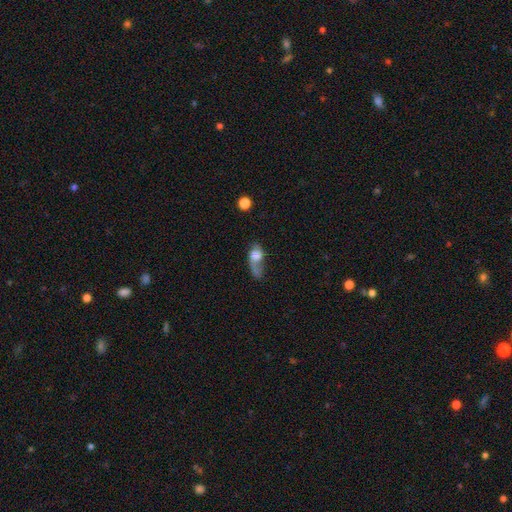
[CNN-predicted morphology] This is possibly a smooth galaxy (48%). Merging: possibly major disturbance (46%).